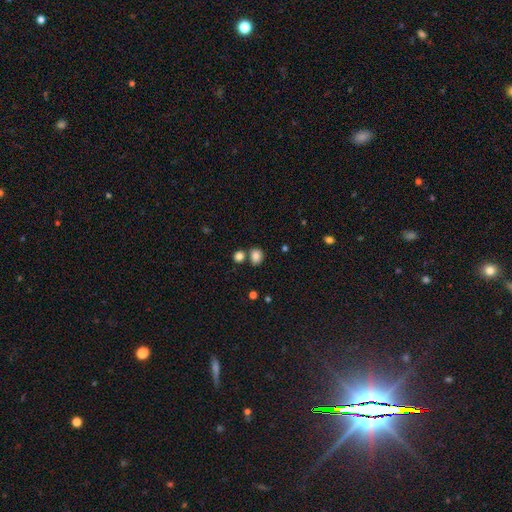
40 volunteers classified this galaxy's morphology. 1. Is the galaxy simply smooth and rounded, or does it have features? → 78% smooth, 12% star or artifact, 10% featured or disk.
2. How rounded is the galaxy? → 84% round, 16% in between, 0% cigar-shaped.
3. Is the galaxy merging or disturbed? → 63% none, 29% merger, 9% minor disturbance, 0% major disturbance.